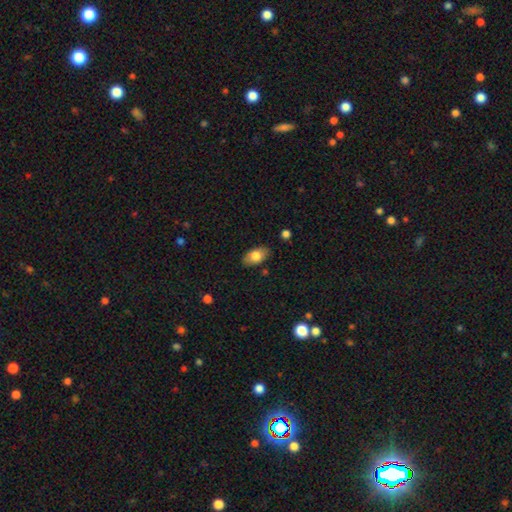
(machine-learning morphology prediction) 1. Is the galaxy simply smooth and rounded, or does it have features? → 79% smooth, 14% featured or disk, 7% star or artifact.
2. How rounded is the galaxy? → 92% in between, 5% round, 3% cigar-shaped.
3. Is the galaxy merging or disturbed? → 85% none, 11% minor disturbance, 2% major disturbance, 1% merger.